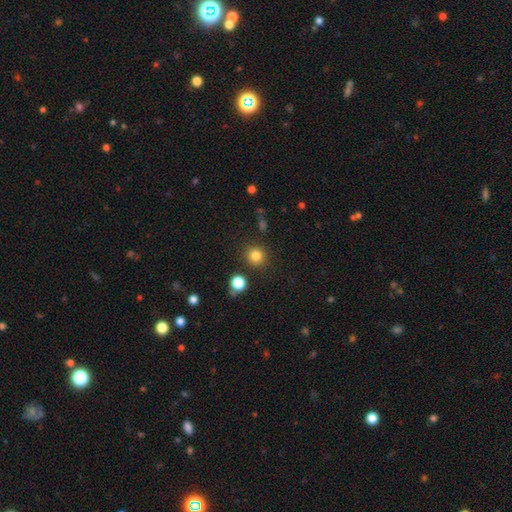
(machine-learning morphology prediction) Smooth or featured?
  - smooth: 82% *
  - star or artifact: 13%
  - featured or disk: 5%
How rounded?
  - round: 92% *
  - in between: 7%
  - cigar-shaped: 1%
Merging?
  - none: 88% *
  - minor disturbance: 7%
  - merger: 3%
  - major disturbance: 3%